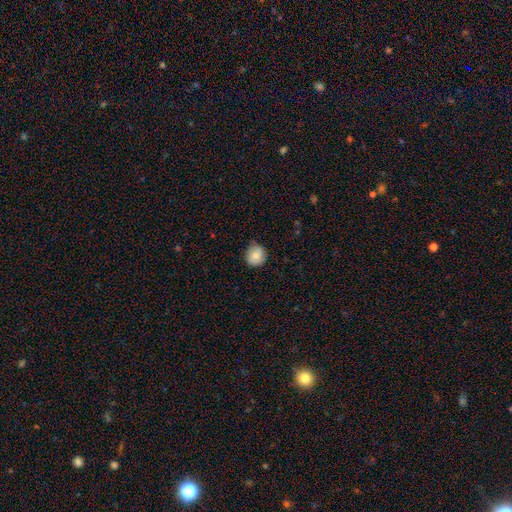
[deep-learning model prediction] This is clearly a smooth galaxy (80%). How rounded: clearly round (86%). Merging: likely none (73%).